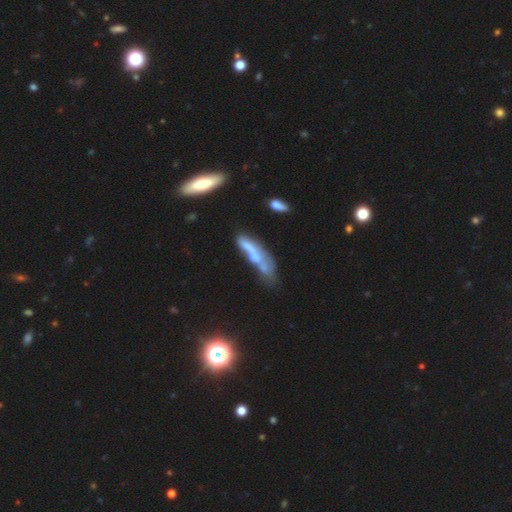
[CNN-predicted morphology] A featured or disk galaxy (46%). Merging: merger (33%).